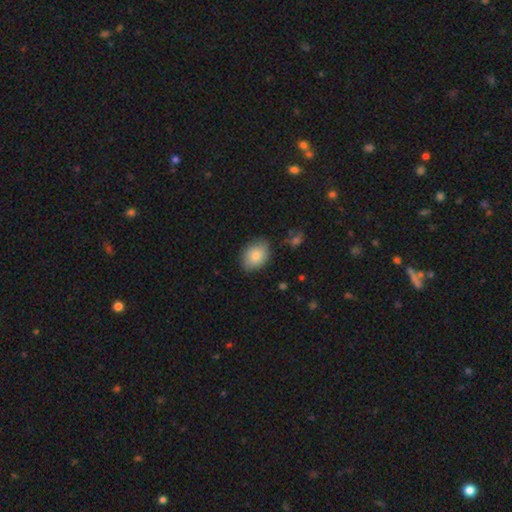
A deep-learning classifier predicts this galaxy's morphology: This appears to be a smooth galaxy with no disk features (84%) that is in between round and cigar-shaped (70%). Merging: none (80%).